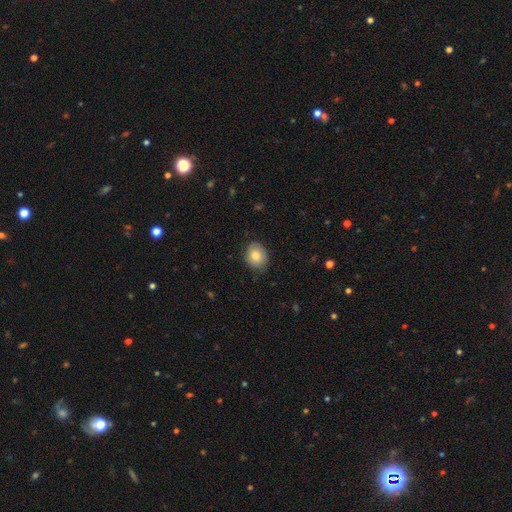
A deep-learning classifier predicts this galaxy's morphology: Smooth or featured? smooth (83%)
How rounded? in between (52%)
Merging? none (78%)